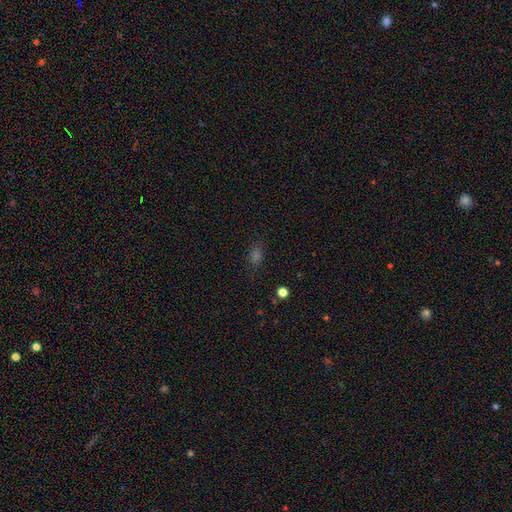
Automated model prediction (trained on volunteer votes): smooth_or_featured: smooth (p=0.61) [alt: star or artifact p=0.29]
how_rounded: in between (p=0.72) [alt: round p=0.22]
merging: none (p=0.80) [alt: minor disturbance p=0.13]